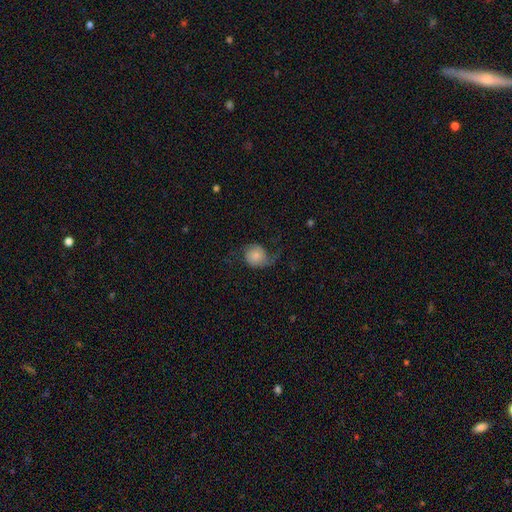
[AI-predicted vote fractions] A smooth galaxy with no disk features (53%) that is round (79%).

Vote fractions:
- Smooth or featured? smooth: 53% / featured or disk: 38% / star or artifact: 8%
- How rounded? round: 79% / in between: 20% / cigar-shaped: 1%
- Merging? none: 46% / major disturbance: 28% / minor disturbance: 24% / merger: 2%